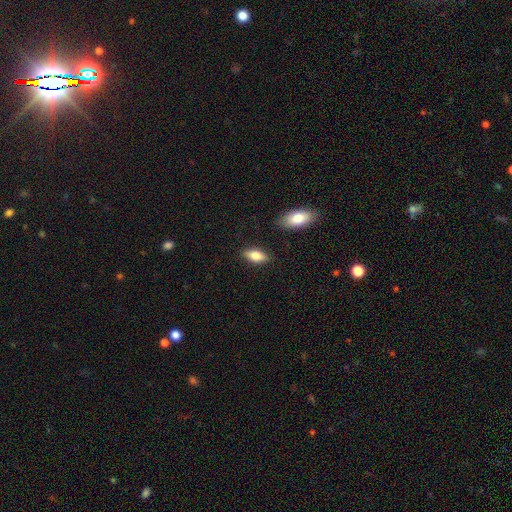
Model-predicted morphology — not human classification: Overall: smooth (77%). How rounded: in between (84%). Merging: none (86%).